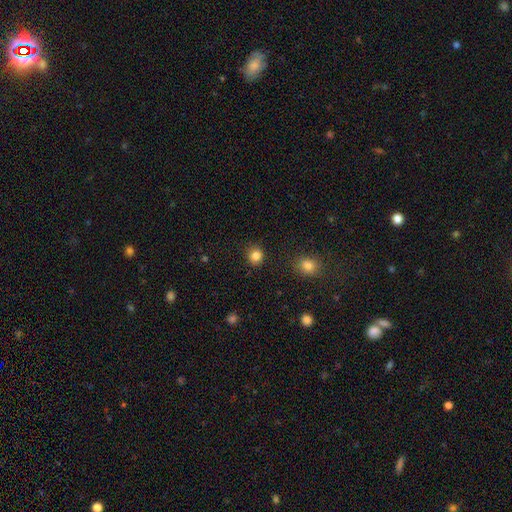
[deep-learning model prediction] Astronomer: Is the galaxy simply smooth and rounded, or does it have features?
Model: smooth — 84%.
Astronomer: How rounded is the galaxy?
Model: round — 85%.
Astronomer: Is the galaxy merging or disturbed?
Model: none — 88%.